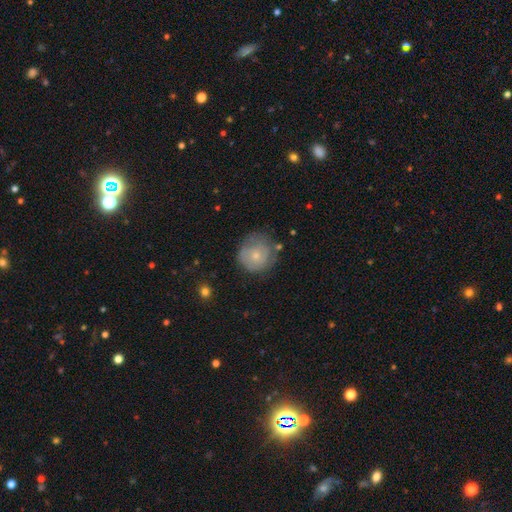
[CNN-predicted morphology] type=smooth (54%); roundness=round (89%); merging=none (63%).